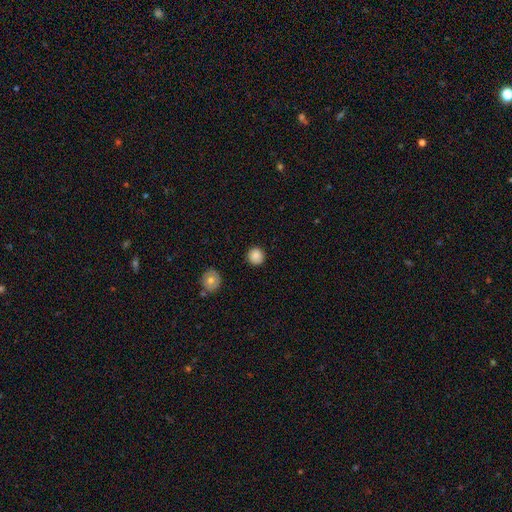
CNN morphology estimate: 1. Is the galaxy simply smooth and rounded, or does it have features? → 87% smooth, 9% star or artifact, 4% featured or disk.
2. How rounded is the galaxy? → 95% round, 4% in between, 1% cigar-shaped.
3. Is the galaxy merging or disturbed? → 91% none, 6% minor disturbance, 2% major disturbance, 1% merger.